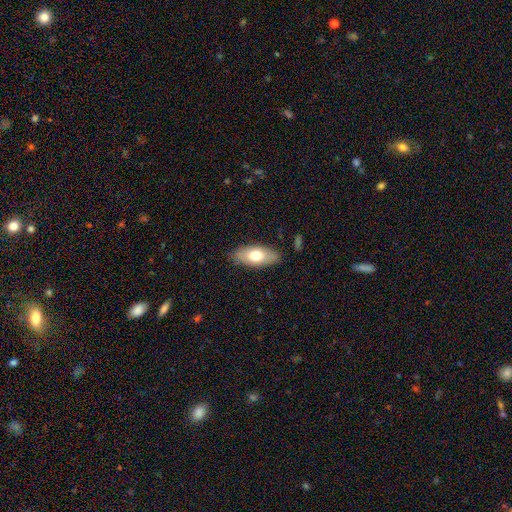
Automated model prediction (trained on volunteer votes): Q: Smooth or featured?
A: smooth (68%); runner-up: featured or disk (25%)
Q: How rounded?
A: in between (86%); runner-up: cigar-shaped (11%)
Q: Merging?
A: none (85%); runner-up: minor disturbance (11%)